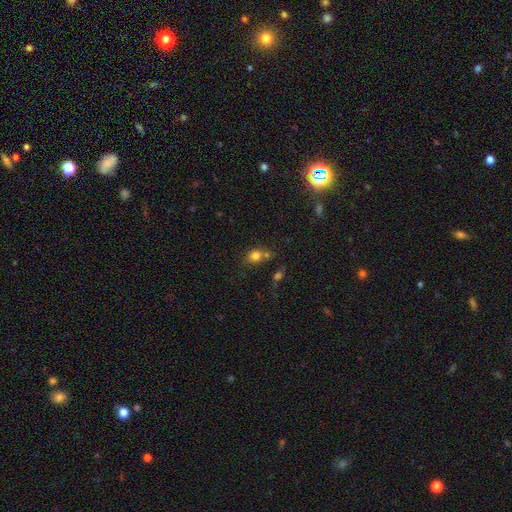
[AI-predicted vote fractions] This appears to be a smooth galaxy with no disk features (78%) that is round (69%). Merging: none (54%).